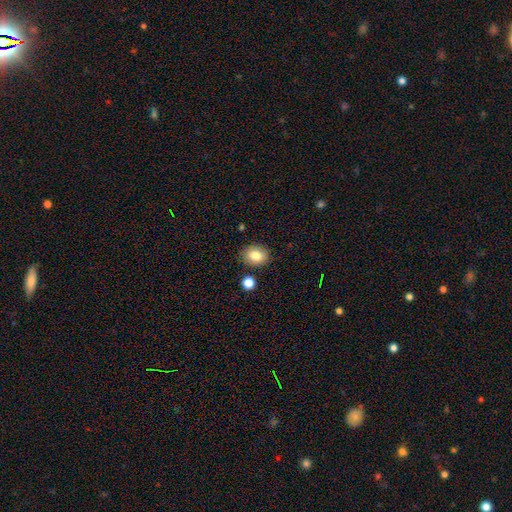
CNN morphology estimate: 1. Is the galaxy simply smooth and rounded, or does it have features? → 82% smooth, 9% featured or disk, 9% star or artifact.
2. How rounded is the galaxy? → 55% in between, 44% round, 1% cigar-shaped.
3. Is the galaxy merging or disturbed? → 83% none, 11% minor disturbance, 4% merger, 3% major disturbance.